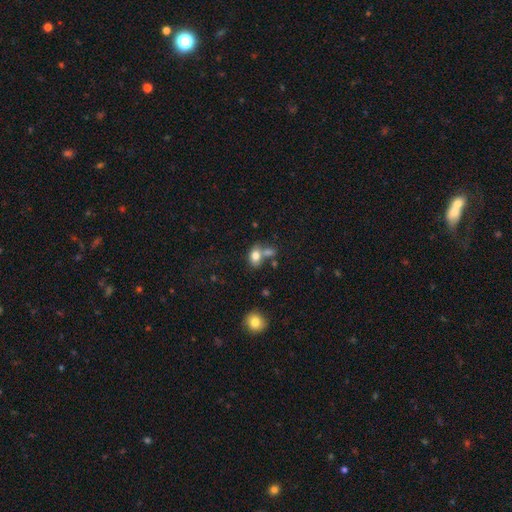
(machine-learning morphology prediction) Smooth or featured? smooth (78%)
How rounded? in between (76%)
Merging? none (43%)